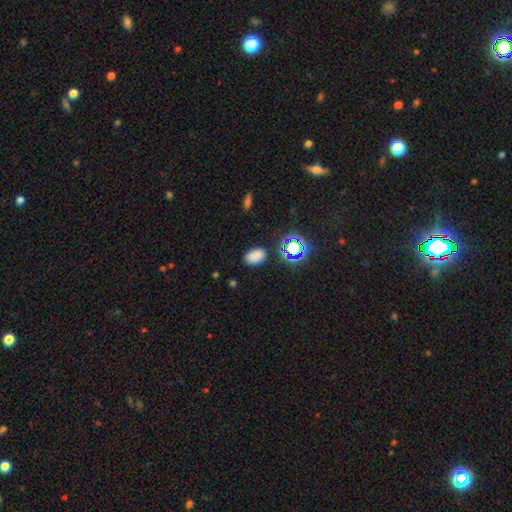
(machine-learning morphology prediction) A smooth galaxy with no disk features (76%) that is in between round and cigar-shaped (84%).

Vote fractions:
- Smooth or featured? smooth: 76% / star or artifact: 19% / featured or disk: 6%
- How rounded? in between: 84% / round: 15% / cigar-shaped: 1%
- Merging? none: 81% / minor disturbance: 12% / major disturbance: 4% / merger: 3%